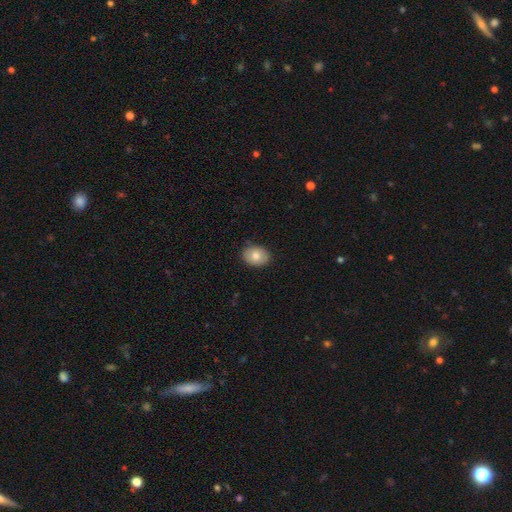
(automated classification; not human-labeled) Smooth or featured? smooth (79%)
How rounded? in between (67%)
Merging? none (86%)